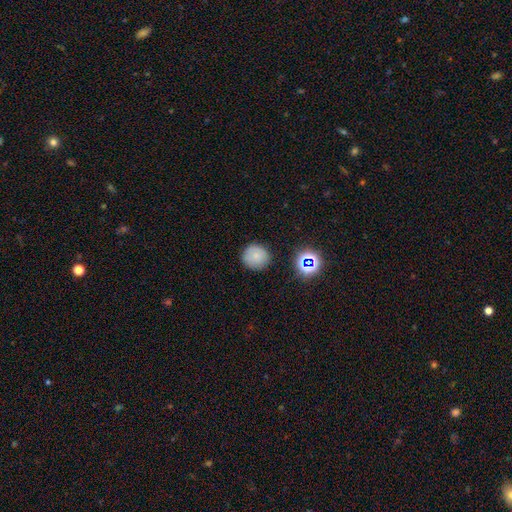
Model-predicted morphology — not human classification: smooth_or_featured: smooth (p=0.76) [alt: star or artifact p=0.14]
how_rounded: round (p=0.90) [alt: in between p=0.09]
merging: none (p=0.85) [alt: minor disturbance p=0.10]